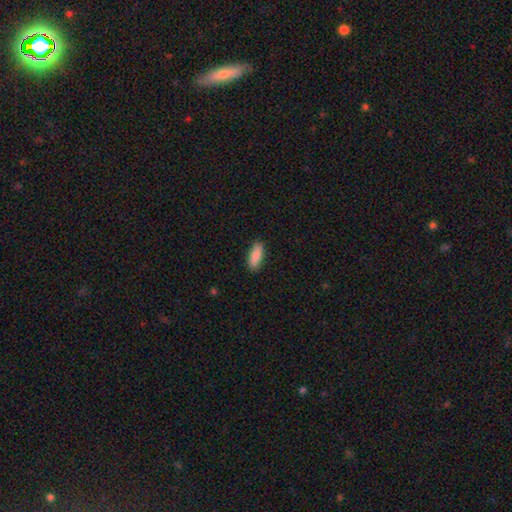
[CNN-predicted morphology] Overall: smooth (87%). How rounded: in between (69%). Merging: none (88%).